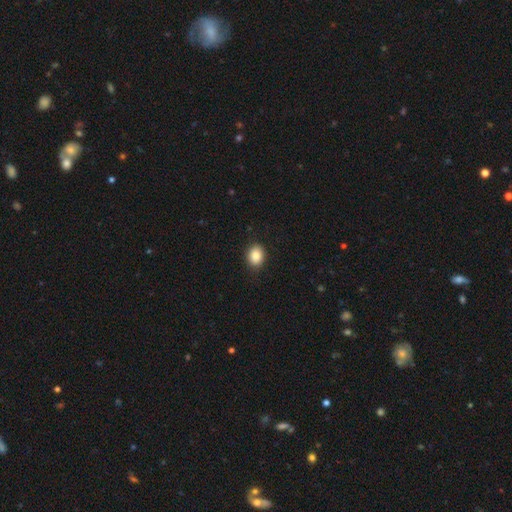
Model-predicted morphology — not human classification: A smooth galaxy with no disk features (87%) that is in between round and cigar-shaped (57%). Merging: none (88%).